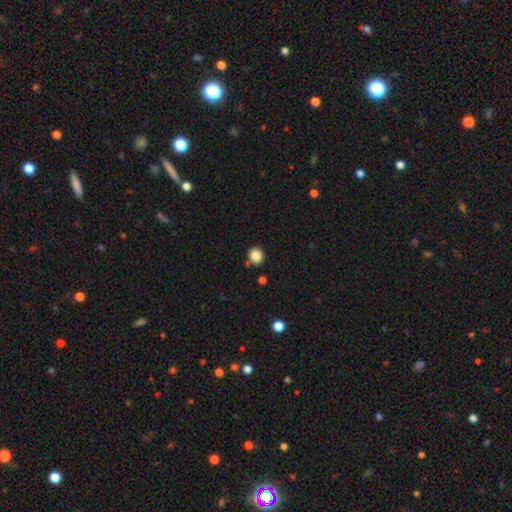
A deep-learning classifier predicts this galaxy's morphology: Smooth or featured?
  - smooth: 85% *
  - star or artifact: 10%
  - featured or disk: 4%
How rounded?
  - round: 85% *
  - in between: 14%
  - cigar-shaped: 1%
Merging?
  - none: 84% *
  - minor disturbance: 9%
  - merger: 5%
  - major disturbance: 2%